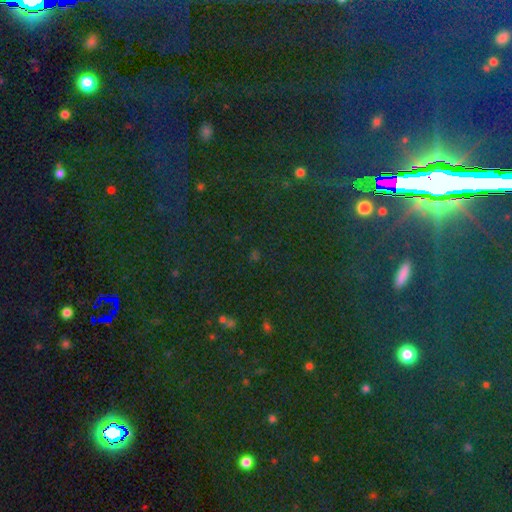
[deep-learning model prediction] Smooth or featured? Predicted: star or artifact (p=0.78).